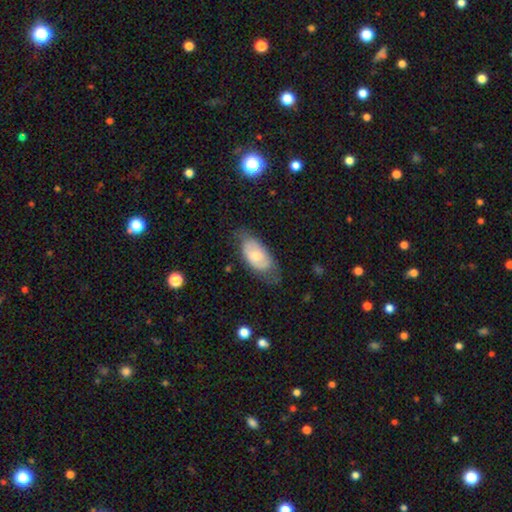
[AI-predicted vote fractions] Smooth or featured: smooth — 57% (featured or disk — 37%)
How rounded: in between — 92% (cigar-shaped — 4%)
Merging: none — 55% (minor disturbance — 30%)